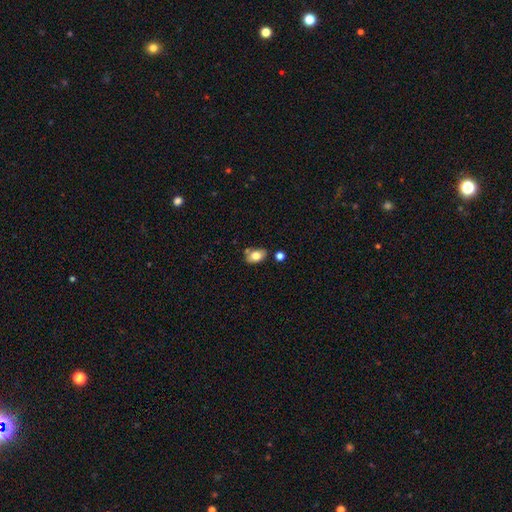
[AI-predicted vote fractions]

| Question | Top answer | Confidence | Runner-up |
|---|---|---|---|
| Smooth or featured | smooth | 79% | featured or disk (13%) |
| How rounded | in between | 85% | round (13%) |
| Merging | none | 68% | minor disturbance (17%) |